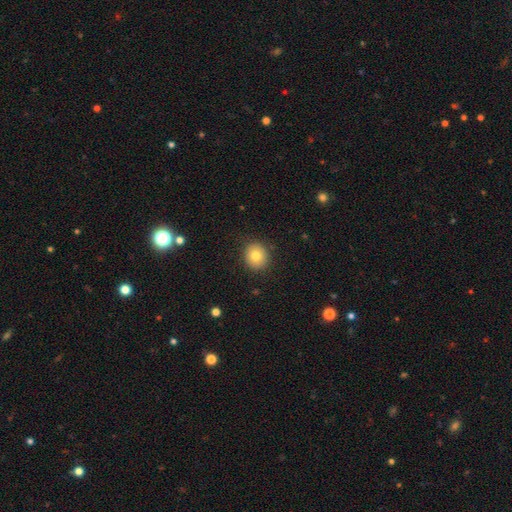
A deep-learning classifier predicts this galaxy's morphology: Q: Smooth or featured?
A: smooth (79%); runner-up: featured or disk (11%)
Q: How rounded?
A: round (78%); runner-up: in between (21%)
Q: Merging?
A: none (88%); runner-up: minor disturbance (9%)